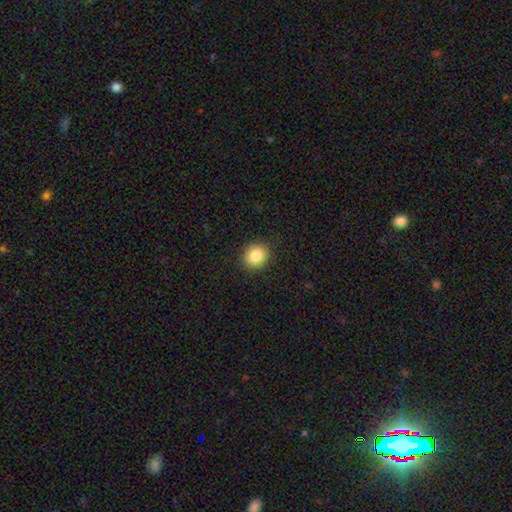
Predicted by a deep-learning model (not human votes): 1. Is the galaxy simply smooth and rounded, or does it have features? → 85% smooth, 9% star or artifact, 6% featured or disk.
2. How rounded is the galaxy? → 79% round, 20% in between, 1% cigar-shaped.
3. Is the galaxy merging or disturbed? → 91% none, 6% minor disturbance, 2% major disturbance, 1% merger.